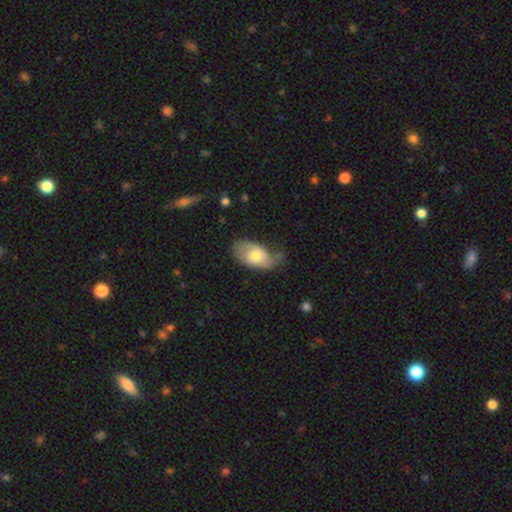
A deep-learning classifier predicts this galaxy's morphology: Smooth or featured?
  - smooth: 52% *
  - featured or disk: 42%
  - star or artifact: 6%
How rounded?
  - in between: 91% *
  - round: 7%
  - cigar-shaped: 2%
Merging?
  - none: 42% *
  - minor disturbance: 38%
  - major disturbance: 18%
  - merger: 3%